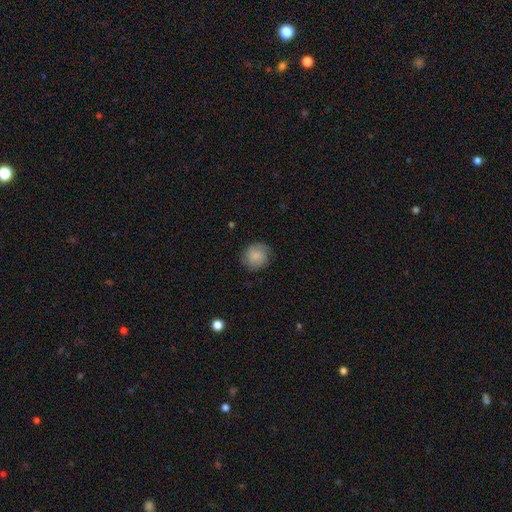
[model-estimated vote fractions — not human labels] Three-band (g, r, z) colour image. It shows a smooth galaxy with no disk features (79%) that is round (83%). Merging: none (80%).